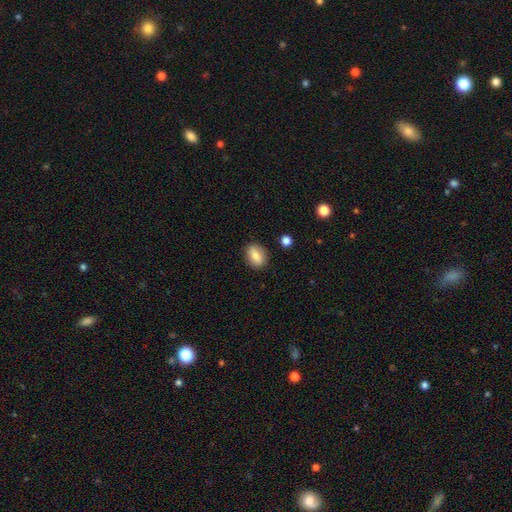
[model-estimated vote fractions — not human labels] The model was most divided on "how rounded": in between: 75%, round: 22%, cigar-shaped: 3%. More confident: merging — none (85%); smooth or featured — smooth (82%).